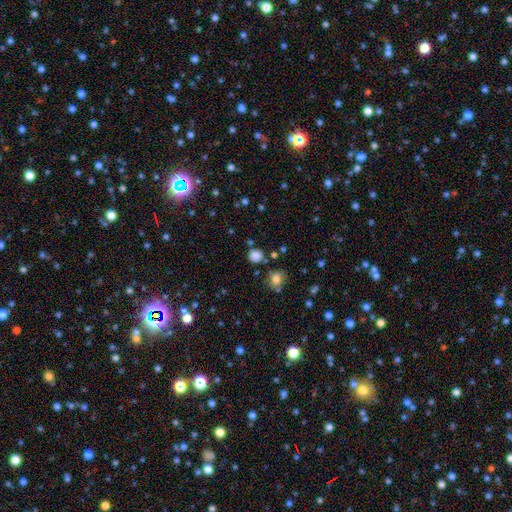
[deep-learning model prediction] Smooth or featured? Predicted: smooth (p=0.80). How rounded? Predicted: round (p=0.84). Merging? Predicted: none (p=0.78).